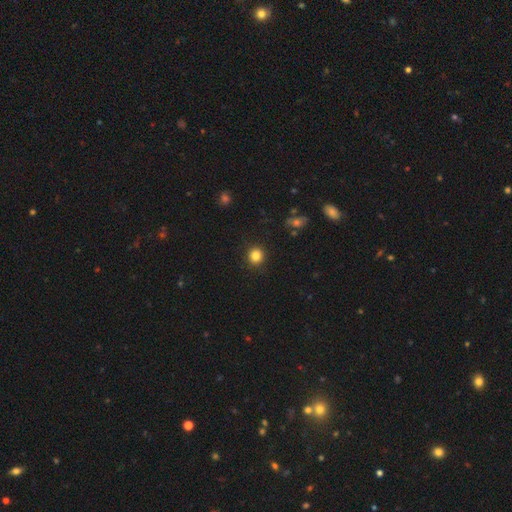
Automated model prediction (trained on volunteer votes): Smooth or featured? smooth (84%)
How rounded? round (90%)
Merging? none (91%)